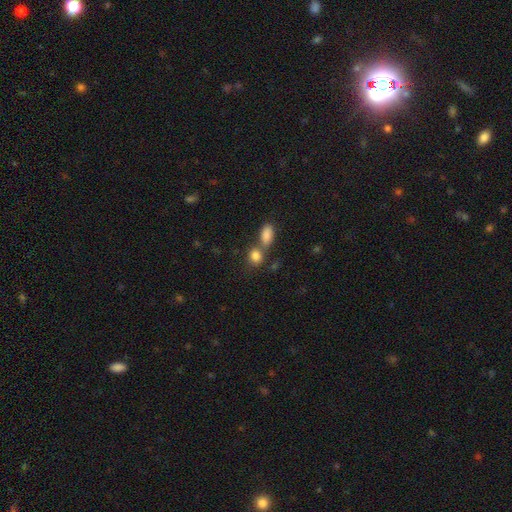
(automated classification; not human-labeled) Q: Smooth or featured?
A: smooth (84%); runner-up: star or artifact (10%)
Q: How rounded?
A: in between (53%); runner-up: round (45%)
Q: Merging?
A: none (45%); runner-up: merger (42%)